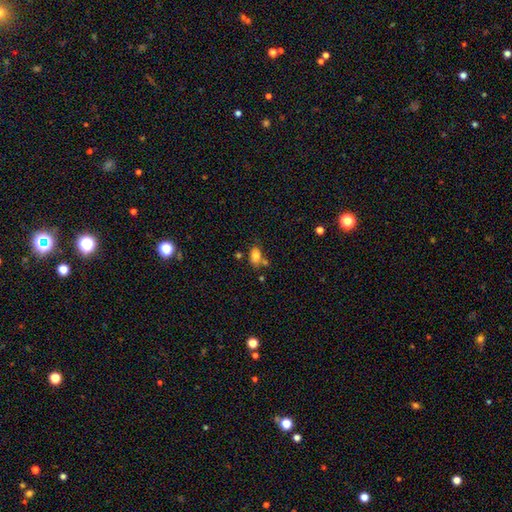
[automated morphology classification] Overall: smooth (82%). How rounded: in between (87%). Merging: none (61%).